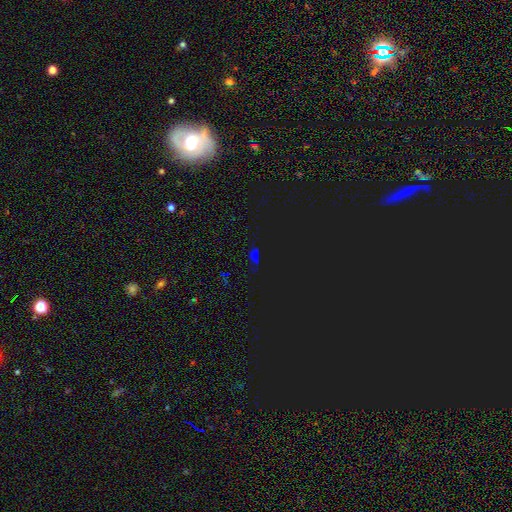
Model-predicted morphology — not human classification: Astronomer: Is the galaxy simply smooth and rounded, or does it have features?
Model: star or artifact — 67%.